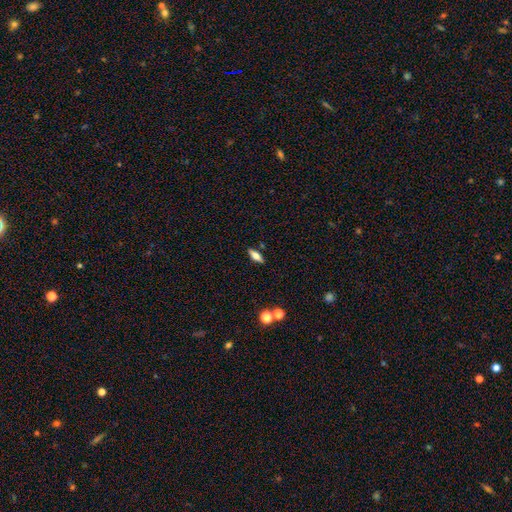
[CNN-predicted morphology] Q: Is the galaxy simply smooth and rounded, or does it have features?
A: smooth — 60%.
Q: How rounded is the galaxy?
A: in between — 61%.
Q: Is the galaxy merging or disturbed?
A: none — 86%.